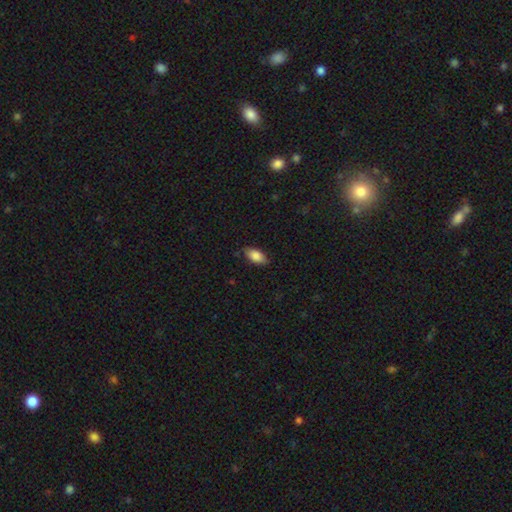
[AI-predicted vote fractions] Overall: smooth (85%). How rounded: in between (90%). Merging: none (82%).